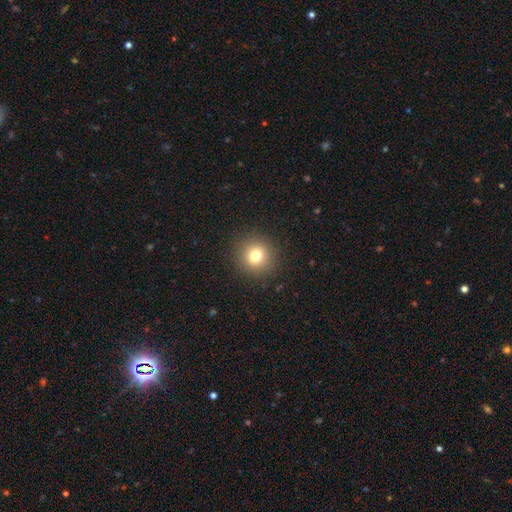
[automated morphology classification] Smooth or featured?
  - smooth: 77% *
  - star or artifact: 13%
  - featured or disk: 9%
How rounded?
  - round: 92% *
  - in between: 7%
  - cigar-shaped: 1%
Merging?
  - none: 90% *
  - minor disturbance: 6%
  - major disturbance: 3%
  - merger: 1%